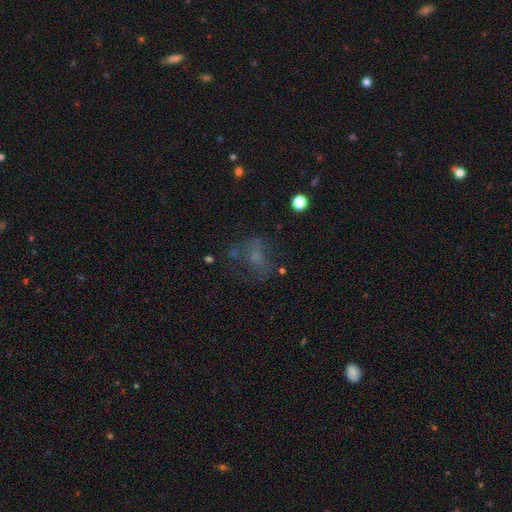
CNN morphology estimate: smooth 45%, featured or disk 31%, star or artifact 24%. Down the decision tree: merging — none (50%).